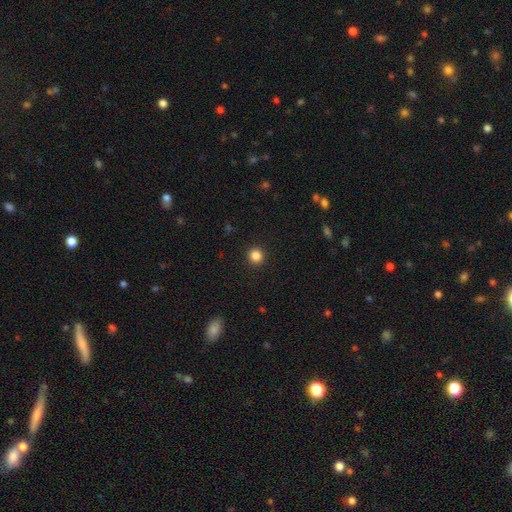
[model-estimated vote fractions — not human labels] Smooth or featured? Predicted: smooth (p=0.85). How rounded? Predicted: round (p=0.93). Merging? Predicted: none (p=0.93).